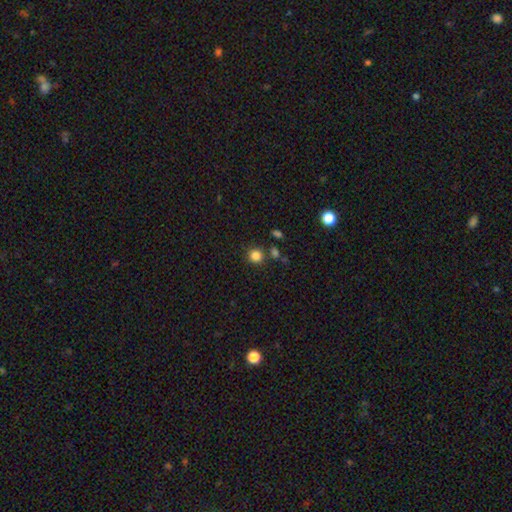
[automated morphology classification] Smooth or featured? smooth (84%)
How rounded? round (91%)
Merging? none (82%)